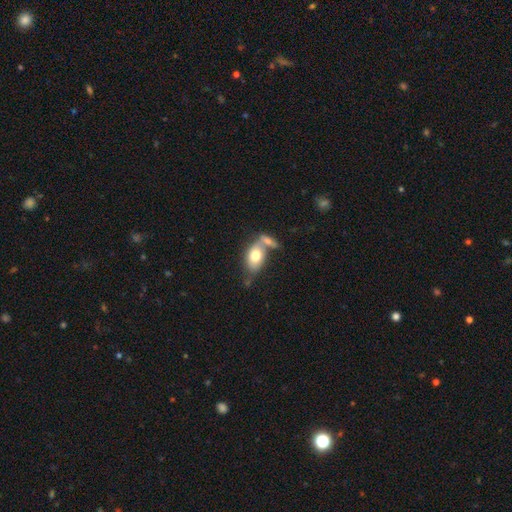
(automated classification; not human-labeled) Smooth or featured: smooth — 73% (featured or disk — 20%)
How rounded: in between — 87% (round — 10%)
Merging: merger — 45% (none — 35%)